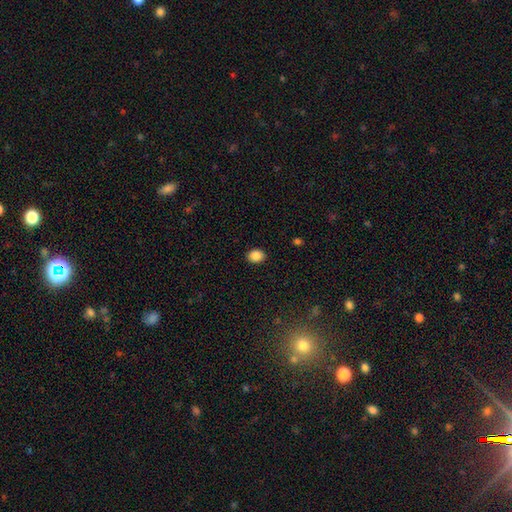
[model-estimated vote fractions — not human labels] Smooth or featured?
  - smooth: 87% *
  - star or artifact: 9%
  - featured or disk: 4%
How rounded?
  - in between: 56% *
  - round: 43%
  - cigar-shaped: 1%
Merging?
  - none: 90% *
  - minor disturbance: 7%
  - major disturbance: 2%
  - merger: 1%